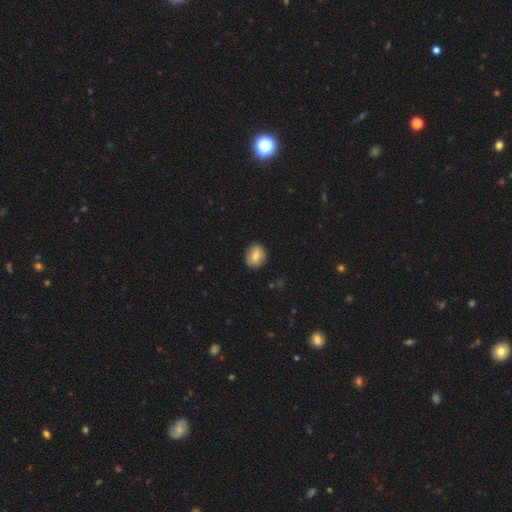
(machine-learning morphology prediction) Smooth or featured? Predicted: smooth (p=0.72). How rounded? Predicted: round (p=0.61). Merging? Predicted: none (p=0.87).